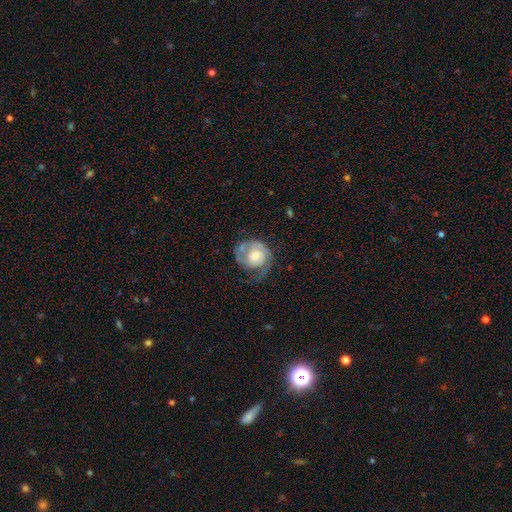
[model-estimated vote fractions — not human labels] Q: Smooth or featured?
A: featured or disk (62%); runner-up: smooth (32%)
Q: Edge-on disk?
A: no (97%); runner-up: yes (3%)
Q: Bar?
A: no (76%); runner-up: weak (21%)
Q: Spiral arms?
A: yes (81%); runner-up: no (19%)
Q: Bulge size?
A: moderate (49%); runner-up: small (30%)
Q: Merging?
A: none (42%); runner-up: minor disturbance (28%)